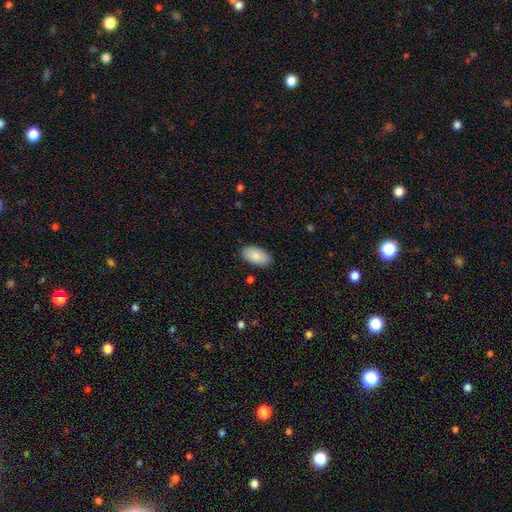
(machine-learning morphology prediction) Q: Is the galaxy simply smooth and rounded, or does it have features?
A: smooth — 88%.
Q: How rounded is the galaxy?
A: in between — 96%.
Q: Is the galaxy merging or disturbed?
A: none — 87%.